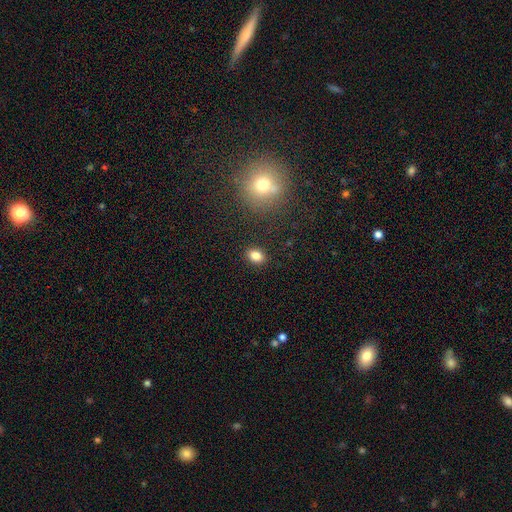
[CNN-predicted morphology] A smooth galaxy with no disk features (82%) that is in between round and cigar-shaped (67%). Merging: none (88%).